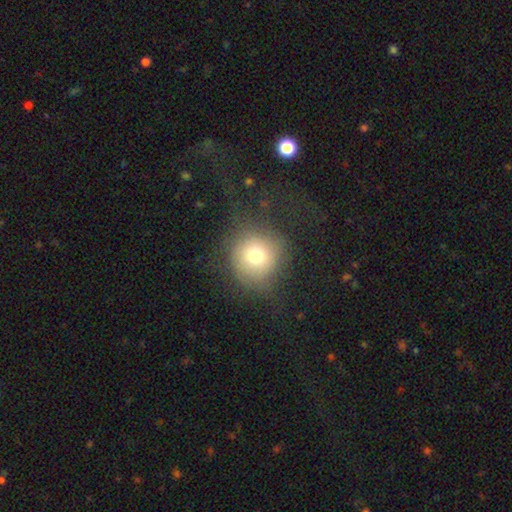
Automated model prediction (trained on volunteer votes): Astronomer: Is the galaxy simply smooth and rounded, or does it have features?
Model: smooth — 72%.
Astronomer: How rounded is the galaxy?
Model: round — 92%.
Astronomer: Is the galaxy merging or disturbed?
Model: none — 72%.